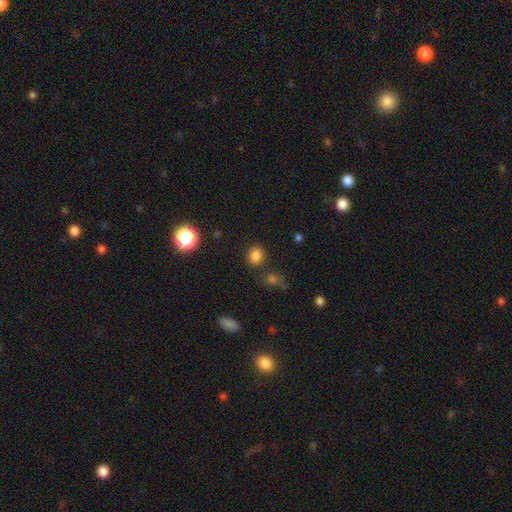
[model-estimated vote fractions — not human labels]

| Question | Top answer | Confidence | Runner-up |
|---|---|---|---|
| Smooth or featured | smooth | 80% | star or artifact (15%) |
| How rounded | round | 64% | in between (35%) |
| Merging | none | 80% | minor disturbance (10%) |